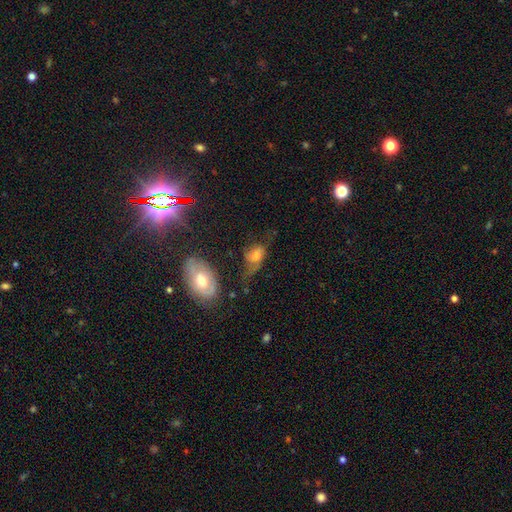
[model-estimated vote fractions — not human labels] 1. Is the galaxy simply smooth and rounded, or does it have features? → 50% smooth, 36% featured or disk, 14% star or artifact.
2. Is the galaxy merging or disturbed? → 33% major disturbance, 32% none, 26% minor disturbance, 9% merger.